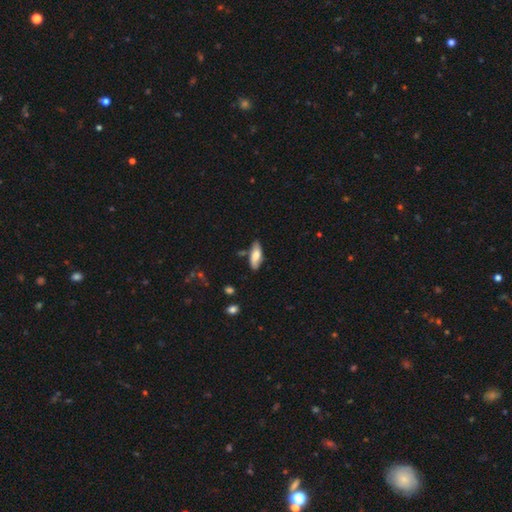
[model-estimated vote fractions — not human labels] Overall: smooth (68%). How rounded: in between (73%). Merging: none (73%).